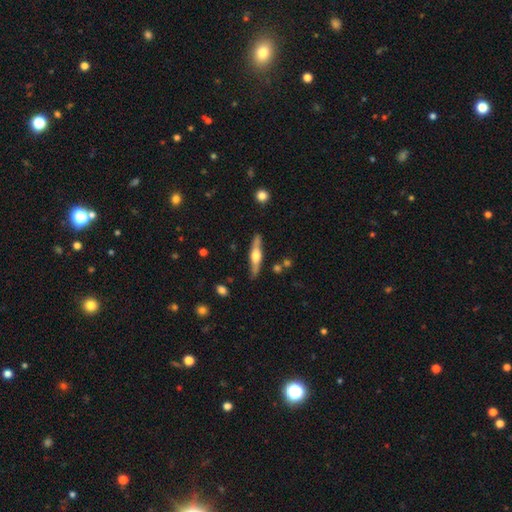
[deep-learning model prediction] A featured or disk galaxy (63%) viewed edge-on (93%) with a rounded central bulge (91%).

Vote fractions:
- Smooth or featured? featured or disk: 63% / smooth: 32% / star or artifact: 5%
- Edge-on disk? yes: 93% / no: 7%
- Edge-on bulge? rounded: 91% / boxy: 6% / none: 3%
- Merging? none: 82% / minor disturbance: 13% / merger: 3% / major disturbance: 3%